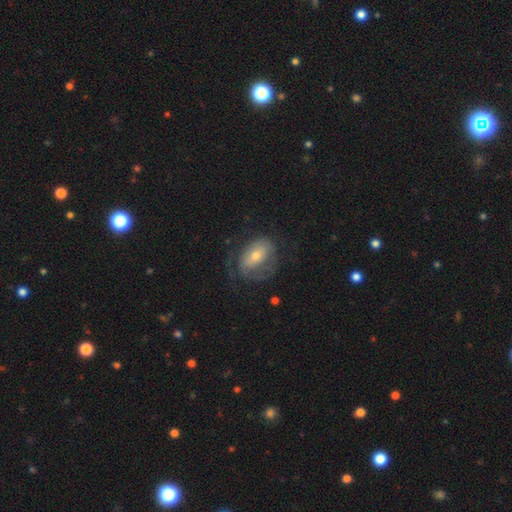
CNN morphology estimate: Smooth or featured? Predicted: featured or disk (p=0.55). Edge-on disk? Predicted: no (p=0.94). Bar? Predicted: no (p=0.54). Spiral arms? Predicted: yes (p=0.63). Bulge size? Predicted: moderate (p=0.52). Merging? Predicted: none (p=0.51).